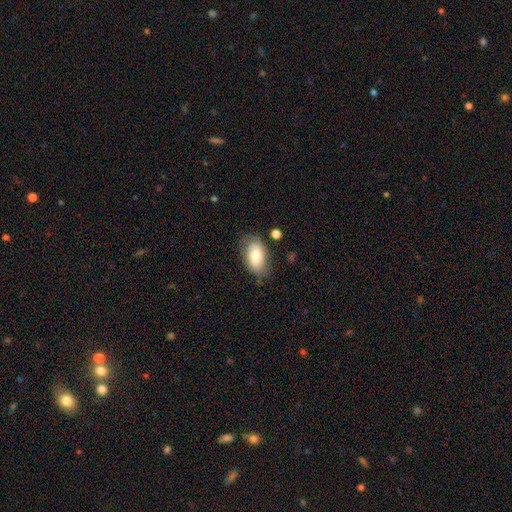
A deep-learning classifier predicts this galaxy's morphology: smooth-or-featured: smooth: 69% | featured or disk: 24% | star or artifact: 7%
  how-rounded: in between: 92% | round: 6% | cigar-shaped: 2%
  merging: none: 73% | minor disturbance: 20% | major disturbance: 5% | merger: 3%